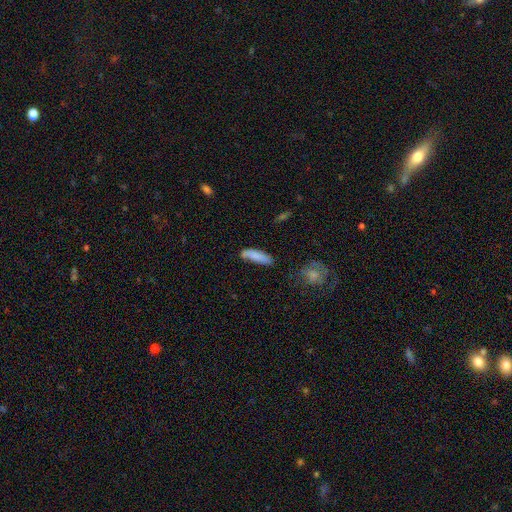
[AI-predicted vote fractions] This is clearly a smooth galaxy (82%). How rounded: possibly cigar-shaped (58%). Merging: likely none (65%).